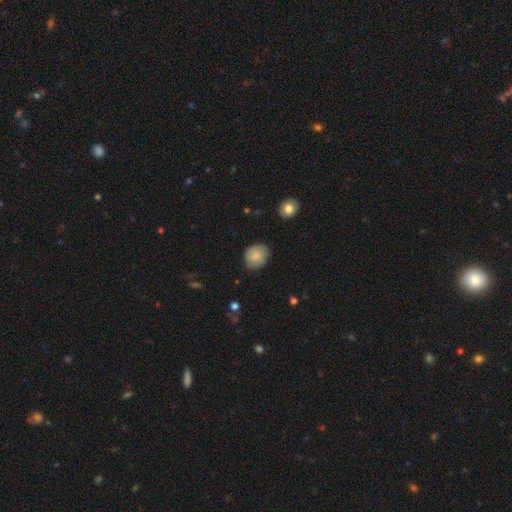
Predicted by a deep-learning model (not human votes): Q: Smooth or featured?
A: smooth (78%); runner-up: featured or disk (14%)
Q: How rounded?
A: round (61%); runner-up: in between (38%)
Q: Merging?
A: none (73%); runner-up: minor disturbance (22%)